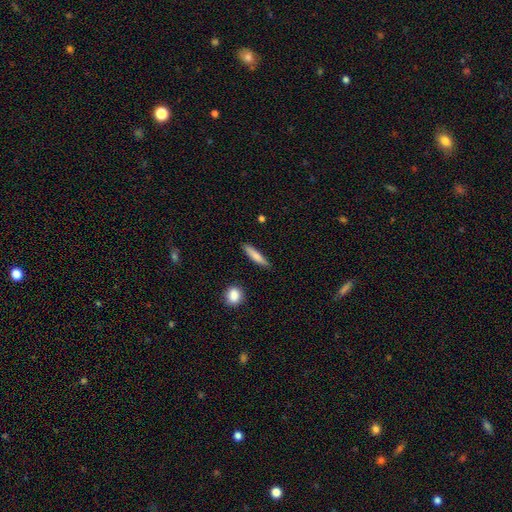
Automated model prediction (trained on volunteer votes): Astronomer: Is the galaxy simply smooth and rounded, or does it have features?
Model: smooth — 77%.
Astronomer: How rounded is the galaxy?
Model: cigar-shaped — 85%.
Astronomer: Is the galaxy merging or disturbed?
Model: none — 86%.